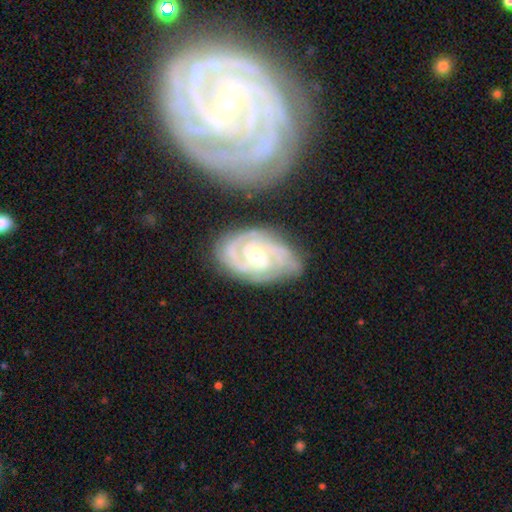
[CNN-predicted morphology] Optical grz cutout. It shows a featured or disk galaxy (90%) with a weak bar (48%), 3 (37%) tight (67%) spiral arms (98%) and a moderate central bulge (61%). Merging: none (71%).